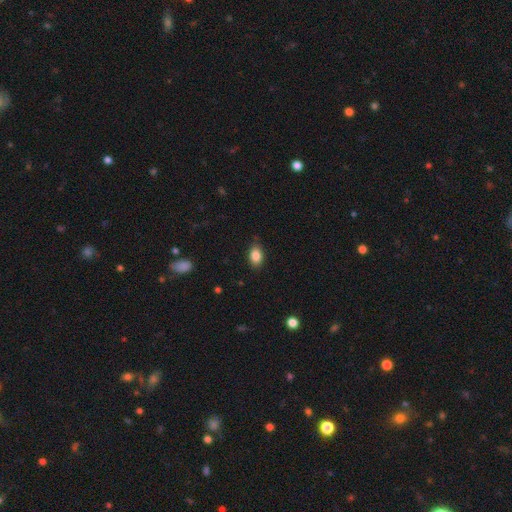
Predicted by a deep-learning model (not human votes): Overall: smooth (86%). How rounded: in between (85%). Merging: none (82%).